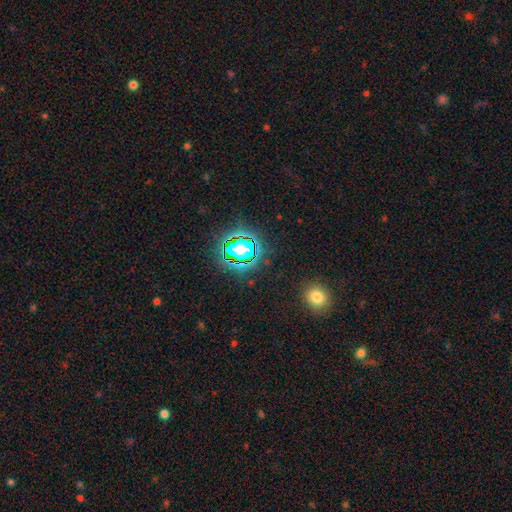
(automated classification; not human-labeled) This appears to be a star or artifact, not a galaxy (72%).